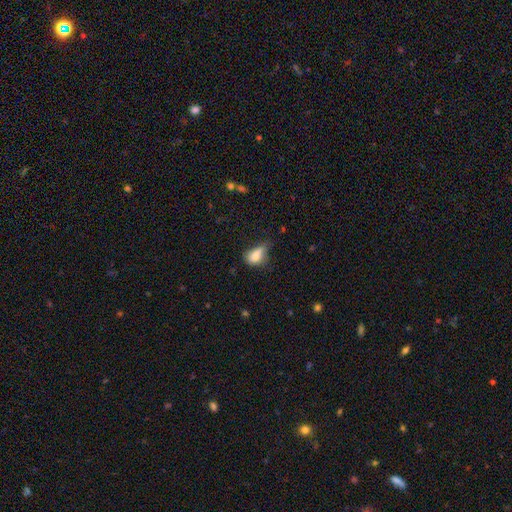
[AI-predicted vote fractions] This appears to be a smooth galaxy with no disk features (78%) that is in between round and cigar-shaped (80%). Merging: minor disturbance (43%).